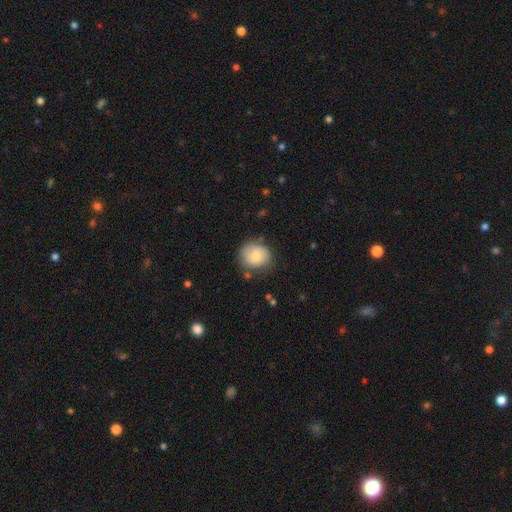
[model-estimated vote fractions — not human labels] A smooth galaxy with no disk features (73%) that is round (73%).

Vote fractions:
- Smooth or featured? smooth: 73% / featured or disk: 19% / star or artifact: 8%
- How rounded? round: 73% / in between: 26% / cigar-shaped: 1%
- Merging? none: 68% / minor disturbance: 22% / major disturbance: 6% / merger: 4%